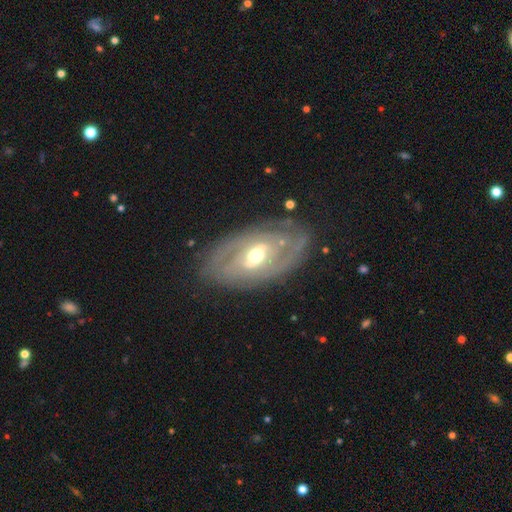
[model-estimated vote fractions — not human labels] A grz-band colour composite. It shows a featured or disk galaxy (79%) with a weak bar (45%), 2 (47%) tight (59%) spiral arms (80%) and a moderate central bulge (68%). Merging: none (79%).